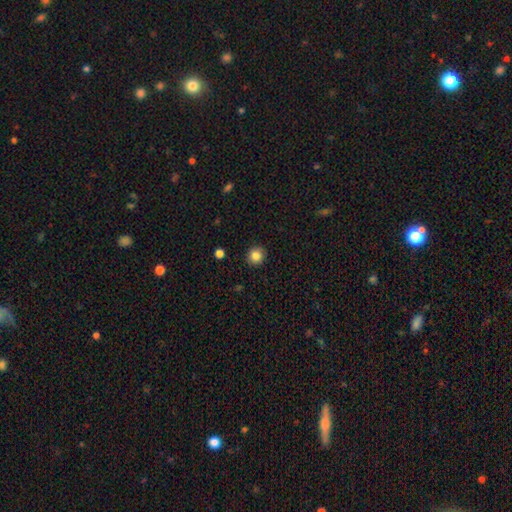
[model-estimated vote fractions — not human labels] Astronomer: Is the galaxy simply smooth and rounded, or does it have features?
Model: smooth — 84%.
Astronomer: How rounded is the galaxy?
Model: round — 92%.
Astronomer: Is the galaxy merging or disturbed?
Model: none — 92%.